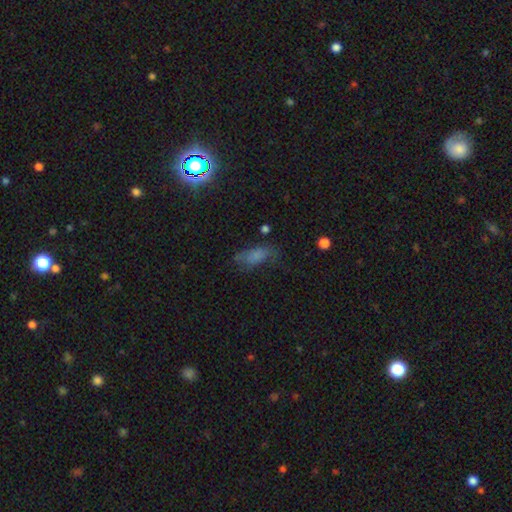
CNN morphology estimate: smooth-or-featured: smooth: 63% | featured or disk: 19% | star or artifact: 18%
  how-rounded: in between: 76% | cigar-shaped: 18% | round: 5%
  merging: none: 52% | minor disturbance: 28% | major disturbance: 17% | merger: 3%